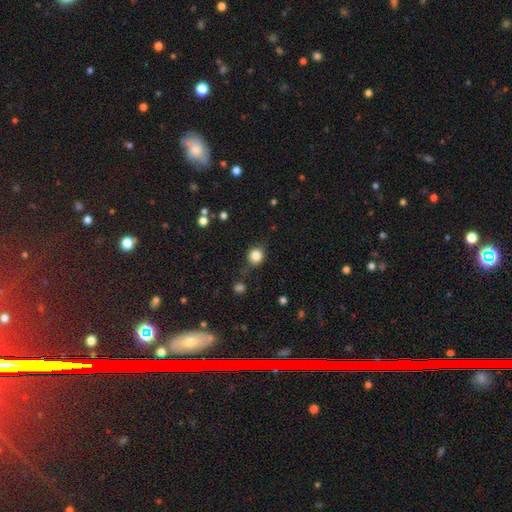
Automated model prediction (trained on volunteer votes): This is clearly a smooth galaxy (84%). How rounded: clearly round (83%). Merging: likely none (73%).